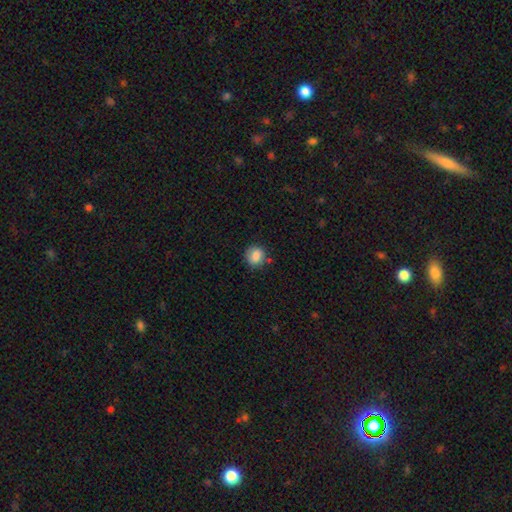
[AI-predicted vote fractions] The model was most divided on "merging": none: 79%, minor disturbance: 14%, major disturbance: 3%, merger: 3%. More confident: smooth or featured — smooth (84%); how rounded — round (83%).